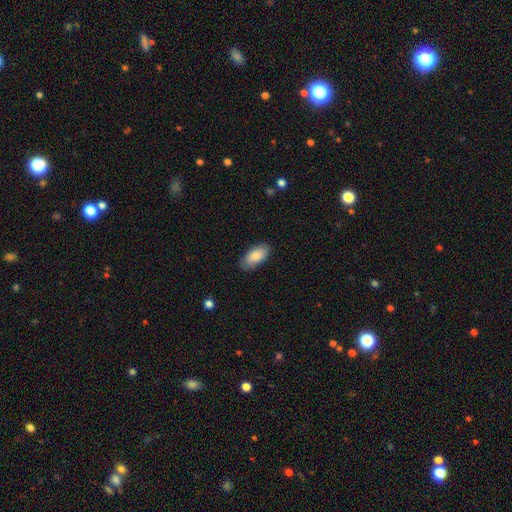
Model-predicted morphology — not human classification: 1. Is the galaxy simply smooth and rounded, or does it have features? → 84% smooth, 10% featured or disk, 6% star or artifact.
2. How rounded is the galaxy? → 92% in between, 6% cigar-shaped, 2% round.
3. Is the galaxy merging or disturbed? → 85% none, 12% minor disturbance, 2% major disturbance, 1% merger.